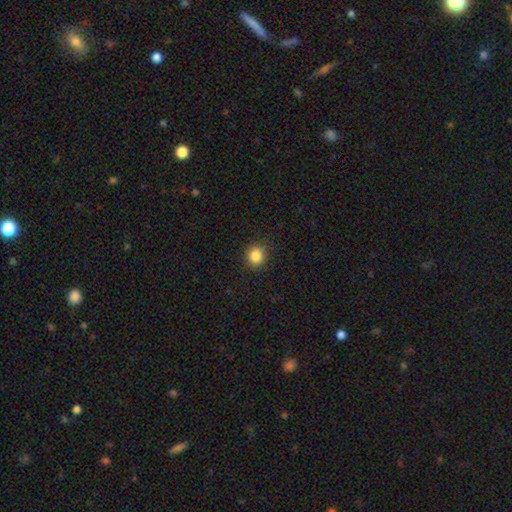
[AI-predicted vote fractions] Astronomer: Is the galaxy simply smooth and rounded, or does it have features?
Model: smooth — 85%.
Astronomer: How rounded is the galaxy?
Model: round — 85%.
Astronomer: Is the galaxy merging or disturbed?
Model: none — 90%.